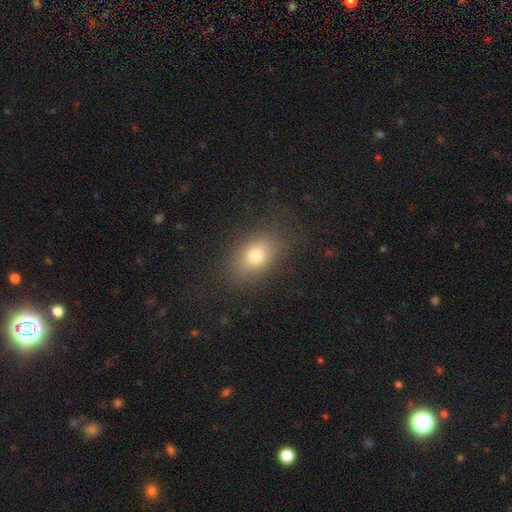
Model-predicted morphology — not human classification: Smooth or featured?
  - smooth: 75% *
  - featured or disk: 13%
  - star or artifact: 12%
How rounded?
  - in between: 77% *
  - round: 21%
  - cigar-shaped: 3%
Merging?
  - none: 81% *
  - minor disturbance: 12%
  - major disturbance: 6%
  - merger: 1%